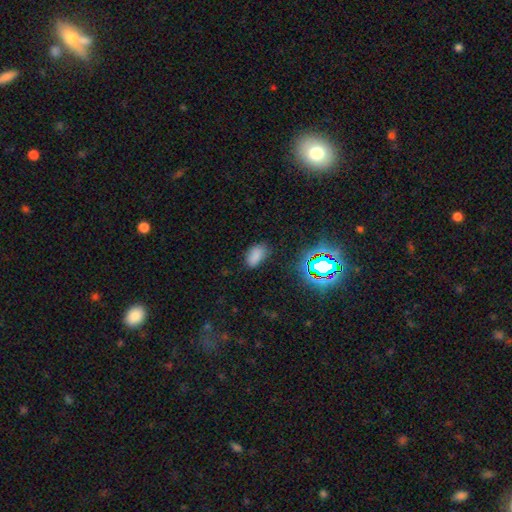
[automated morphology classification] This appears to be a smooth galaxy with no disk features (74%) that is in between round and cigar-shaped (92%). Merging: none (77%).